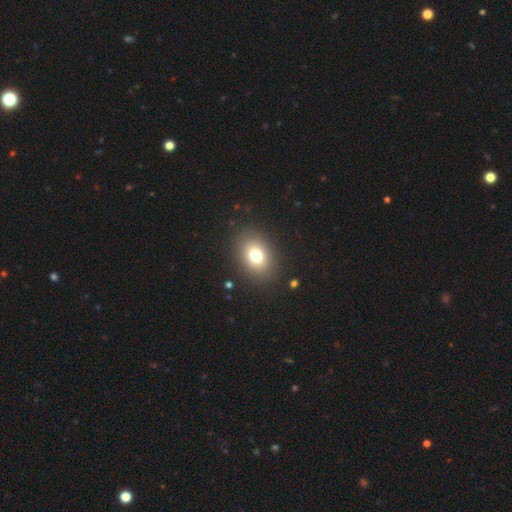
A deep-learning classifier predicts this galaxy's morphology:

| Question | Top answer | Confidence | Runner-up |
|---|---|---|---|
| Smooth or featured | smooth | 76% | star or artifact (12%) |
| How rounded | in between | 64% | round (35%) |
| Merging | none | 89% | minor disturbance (7%) |